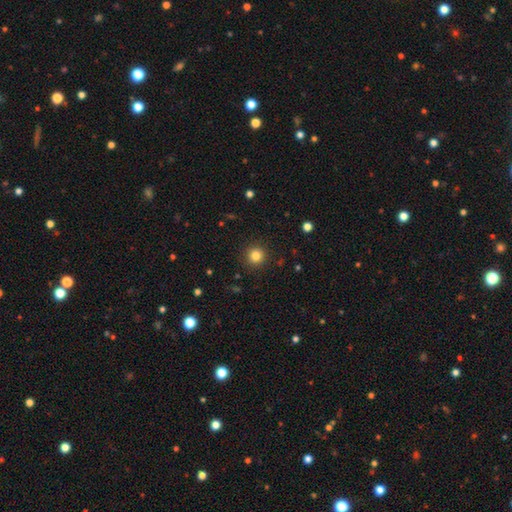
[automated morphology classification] smooth_or_featured: smooth (p=0.82) [alt: star or artifact p=0.12]
how_rounded: round (p=0.95) [alt: in between p=0.04]
merging: none (p=0.91) [alt: minor disturbance p=0.06]